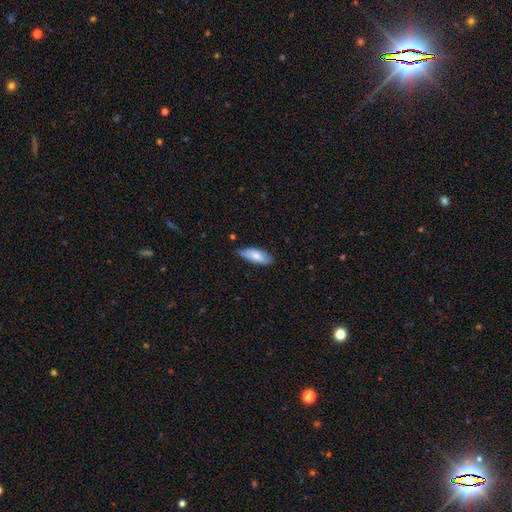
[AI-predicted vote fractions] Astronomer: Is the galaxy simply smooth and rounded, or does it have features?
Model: smooth — 76%.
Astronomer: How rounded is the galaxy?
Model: in between — 74%.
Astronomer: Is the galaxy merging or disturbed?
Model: none — 69%.